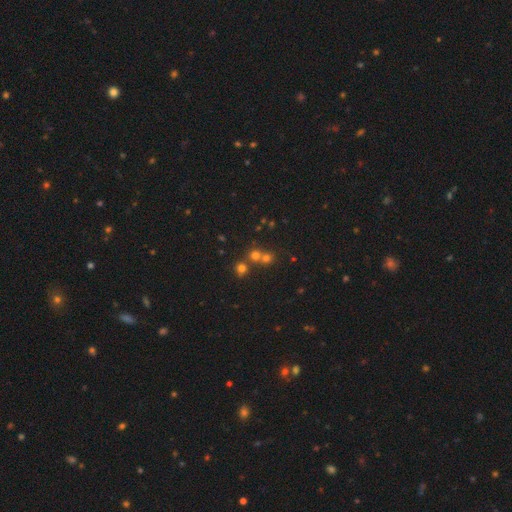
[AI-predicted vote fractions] The model was most divided on "merging": none: 54%, merger: 38%, minor disturbance: 5%, major disturbance: 2%. More confident: how rounded — round (89%); smooth or featured — smooth (63%).